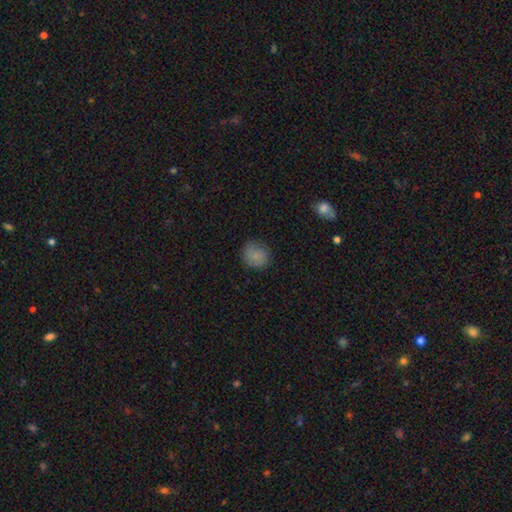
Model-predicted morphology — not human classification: Smooth or featured? Predicted: smooth (p=0.82). How rounded? Predicted: round (p=0.86). Merging? Predicted: none (p=0.79).